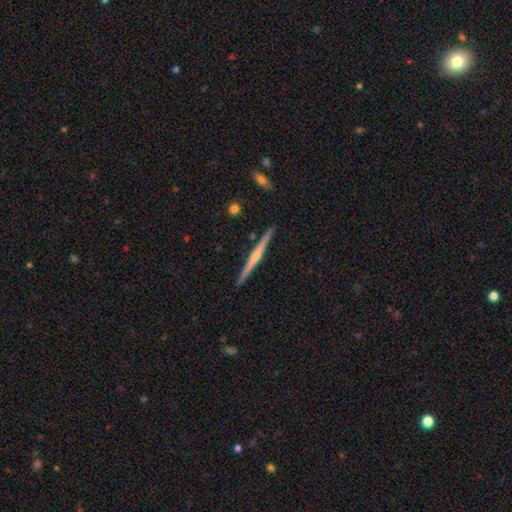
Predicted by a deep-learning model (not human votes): This appears to be a featured or disk galaxy (72%) viewed edge-on (98%) with a rounded central bulge (65%). Merging: none (92%).